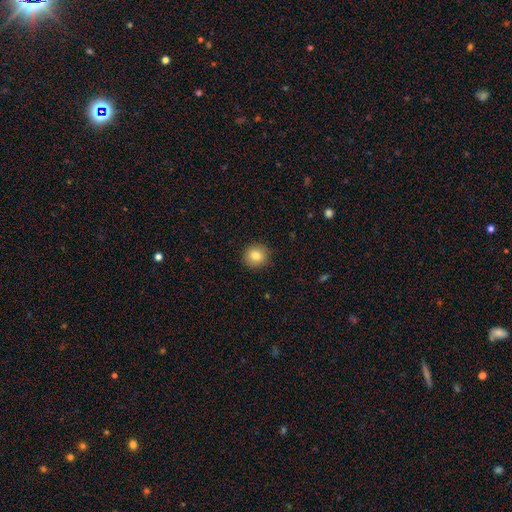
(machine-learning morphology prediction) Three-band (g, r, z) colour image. It shows a smooth galaxy with no disk features (83%) that is round (90%). Merging: none (90%).